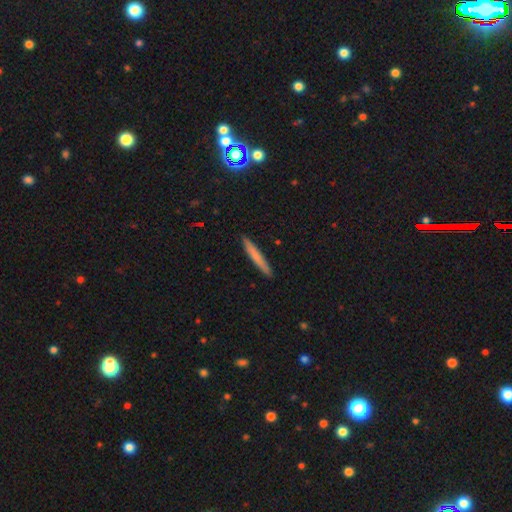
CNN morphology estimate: A smooth galaxy with no disk features (72%) that is cigar-shaped (96%). Merging: none (91%).